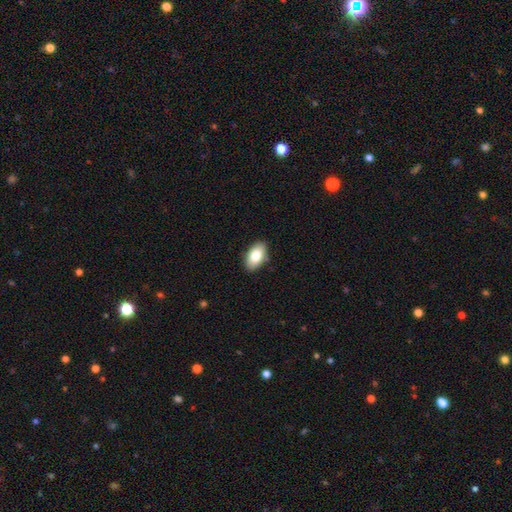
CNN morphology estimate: type=smooth (82%); roundness=in between (94%); merging=none (86%).